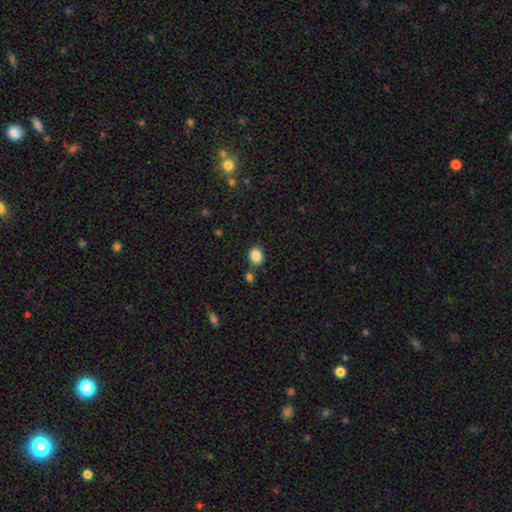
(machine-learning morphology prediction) smooth 87%, star or artifact 9%, featured or disk 4%. Down the decision tree: how rounded — round (54%); merging — none (77%).